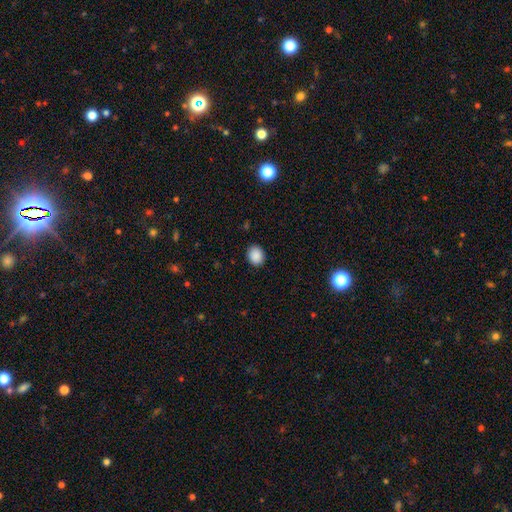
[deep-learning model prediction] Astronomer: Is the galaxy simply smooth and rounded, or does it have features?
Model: smooth — 89%.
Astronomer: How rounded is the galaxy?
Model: round — 62%.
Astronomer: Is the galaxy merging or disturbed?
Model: none — 90%.